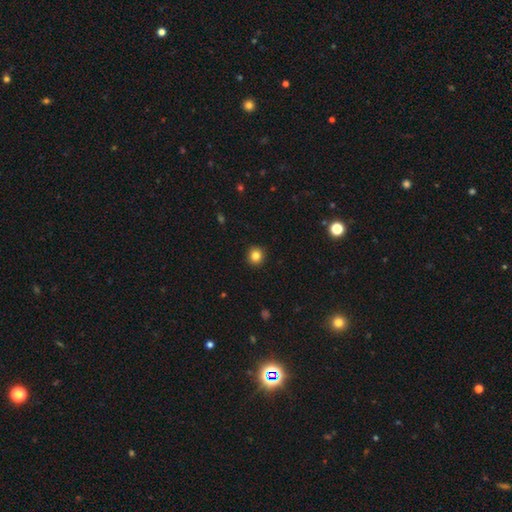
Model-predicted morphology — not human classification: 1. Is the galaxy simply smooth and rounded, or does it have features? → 83% smooth, 11% star or artifact, 6% featured or disk.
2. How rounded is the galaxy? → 92% round, 7% in between, 1% cigar-shaped.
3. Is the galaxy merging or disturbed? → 93% none, 5% minor disturbance, 2% major disturbance, 1% merger.